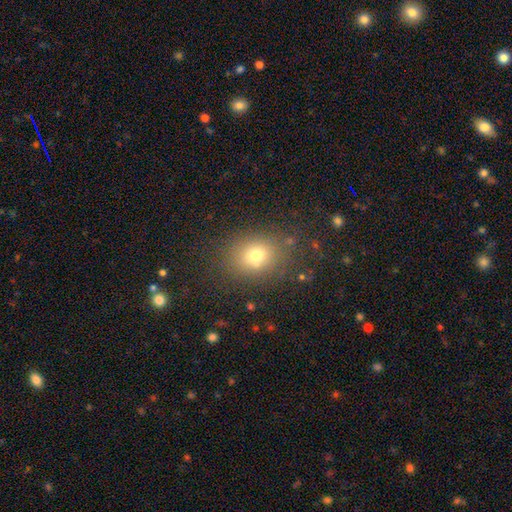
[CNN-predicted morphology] This appears to be a smooth galaxy with no disk features (72%) that is round (52%). Merging: none (80%).